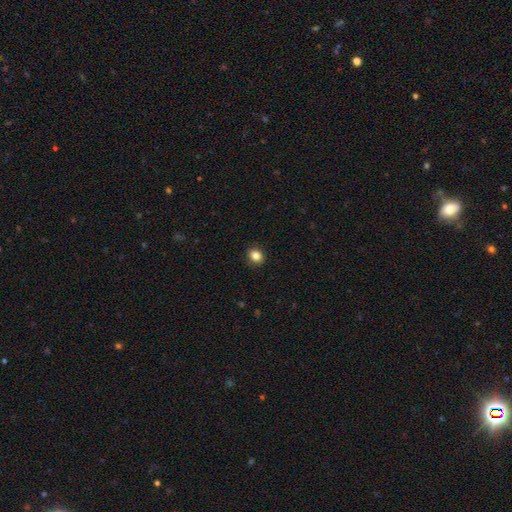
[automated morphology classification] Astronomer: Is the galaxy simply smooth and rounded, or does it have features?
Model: smooth — 84%.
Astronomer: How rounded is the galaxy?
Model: round — 60% (runner-up: in between, 39%).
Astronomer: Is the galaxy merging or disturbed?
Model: none — 91%.